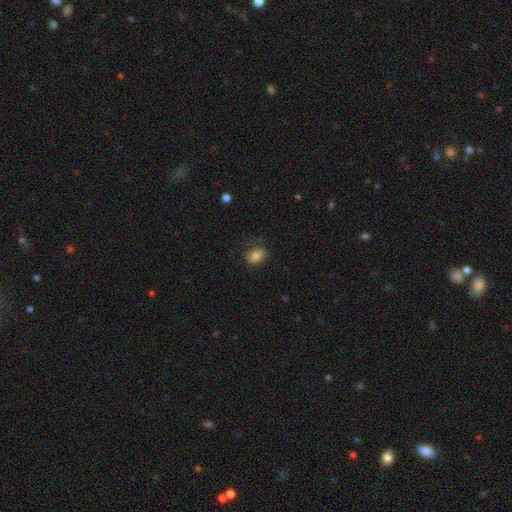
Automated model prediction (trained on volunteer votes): smooth 80%, featured or disk 10%, star or artifact 10%. Down the decision tree: how rounded — in between (70%); merging — none (69%).